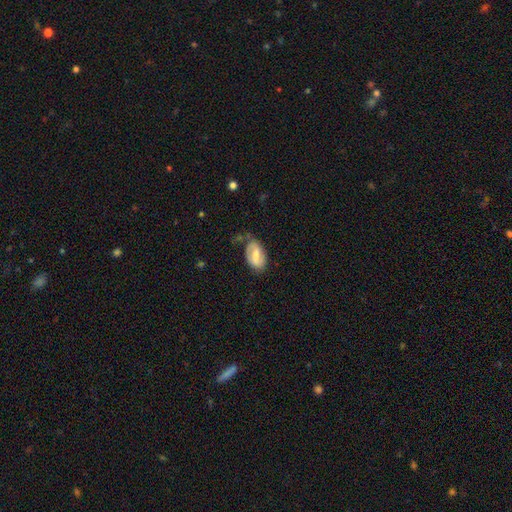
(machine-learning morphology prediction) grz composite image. It shows a featured or disk galaxy (54%) with a strong bar (44%), spiral arms (80%) and a moderate central bulge (41%). Merging: none (55%).